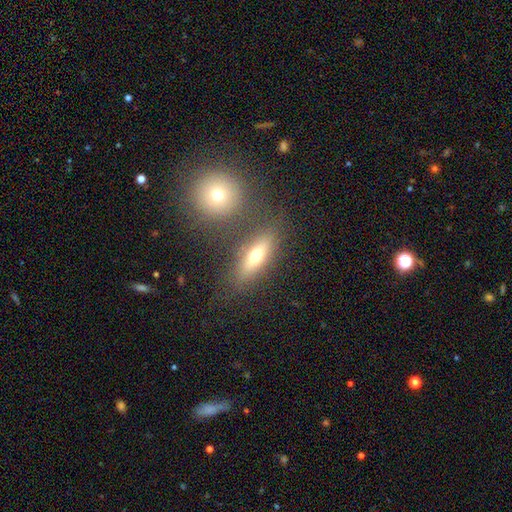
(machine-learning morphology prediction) Q: Smooth or featured?
A: smooth (60%); runner-up: featured or disk (30%)
Q: How rounded?
A: in between (58%); runner-up: cigar-shaped (36%)
Q: Merging?
A: none (74%); runner-up: minor disturbance (11%)